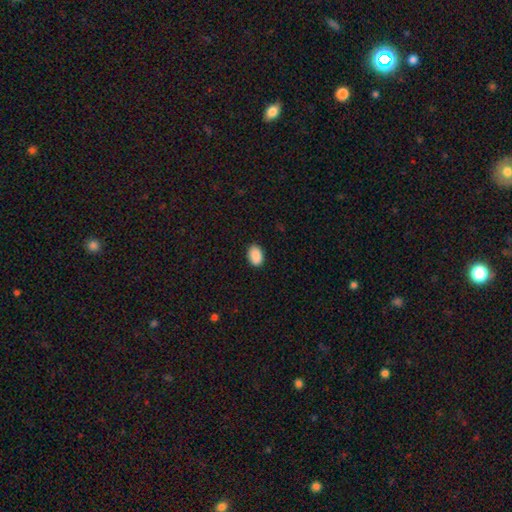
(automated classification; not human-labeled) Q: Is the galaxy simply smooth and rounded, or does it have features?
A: smooth — 90%.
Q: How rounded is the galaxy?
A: in between — 86%.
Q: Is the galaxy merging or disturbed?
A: none — 89%.